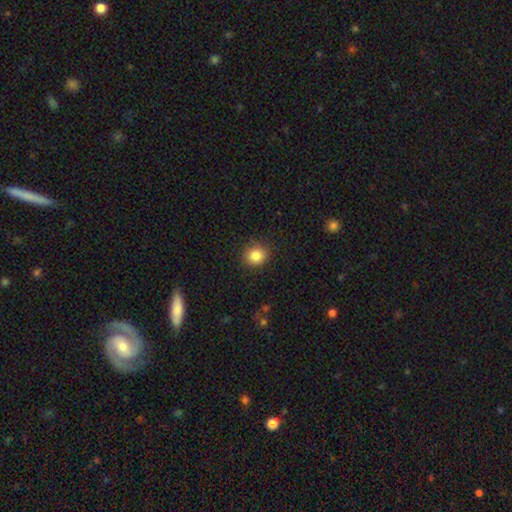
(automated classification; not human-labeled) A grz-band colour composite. It shows a smooth galaxy with no disk features (85%) that is round (84%). Merging: none (87%).